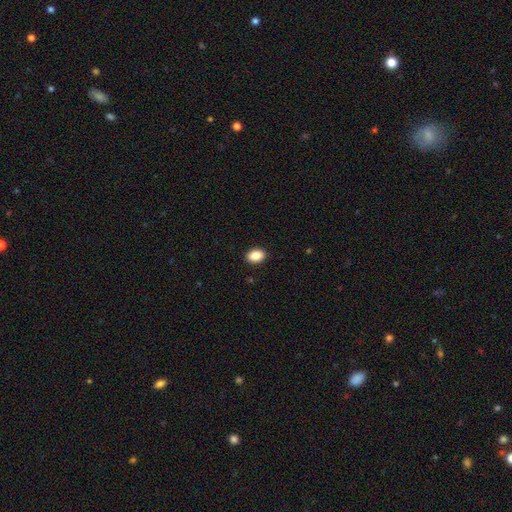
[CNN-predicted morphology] Overall: smooth (88%). How rounded: in between (82%). Merging: none (90%).